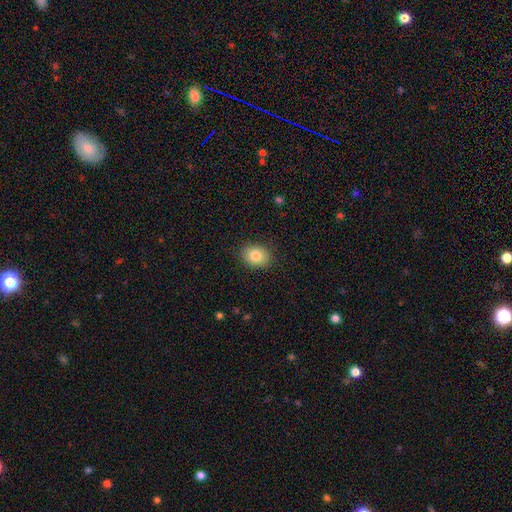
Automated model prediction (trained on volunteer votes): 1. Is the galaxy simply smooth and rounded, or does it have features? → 83% smooth, 9% star or artifact, 8% featured or disk.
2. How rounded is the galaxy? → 56% in between, 43% round, 1% cigar-shaped.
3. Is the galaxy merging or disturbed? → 88% none, 8% minor disturbance, 2% major disturbance, 1% merger.